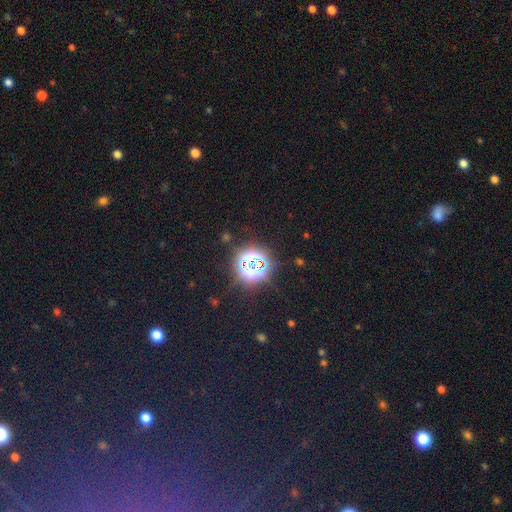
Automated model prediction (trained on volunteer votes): star or artifact 67%, smooth 27%, featured or disk 6%.